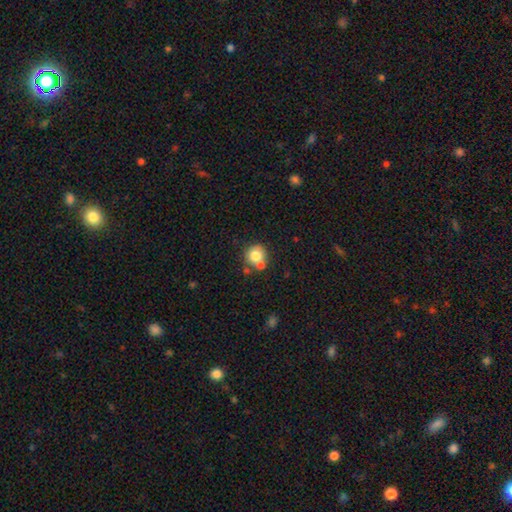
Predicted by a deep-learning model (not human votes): This is likely a smooth galaxy (76%). How rounded: clearly round (89%). Merging: possibly none (59%).